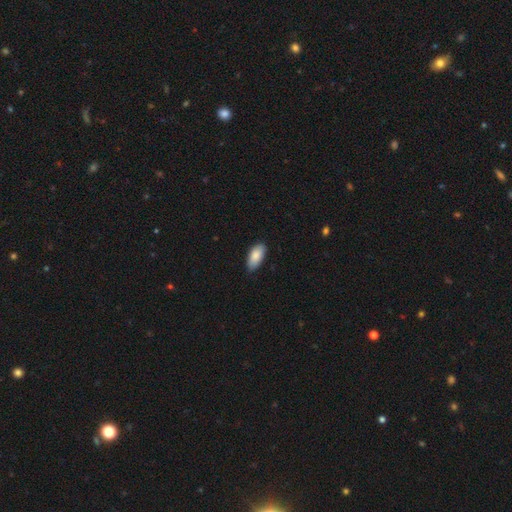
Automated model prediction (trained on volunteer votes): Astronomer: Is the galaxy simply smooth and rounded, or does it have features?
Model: smooth — 88%.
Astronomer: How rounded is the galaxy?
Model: in between — 92%.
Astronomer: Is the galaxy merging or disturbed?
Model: none — 82%.